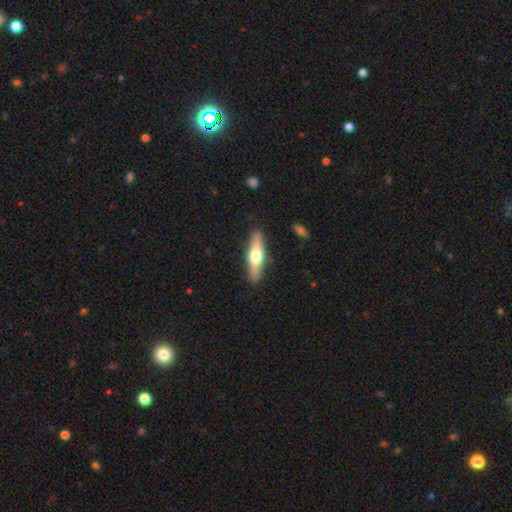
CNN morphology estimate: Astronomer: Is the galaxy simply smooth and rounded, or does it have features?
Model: featured or disk — 48% (runner-up: smooth, 47%).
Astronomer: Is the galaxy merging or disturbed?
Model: none — 89%.